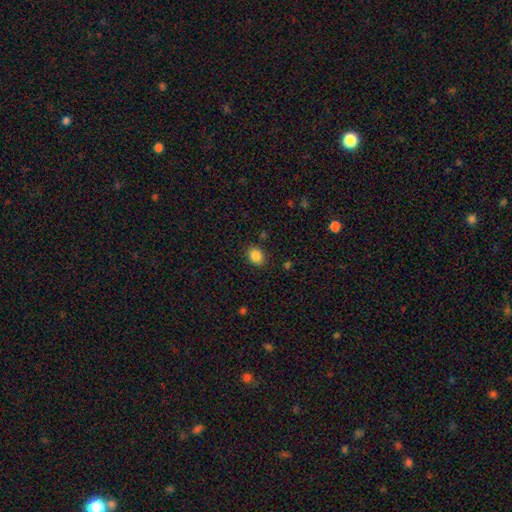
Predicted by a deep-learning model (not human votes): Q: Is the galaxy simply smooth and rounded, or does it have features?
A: smooth — 86%.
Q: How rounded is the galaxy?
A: round — 53%.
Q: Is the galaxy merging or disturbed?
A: none — 86%.